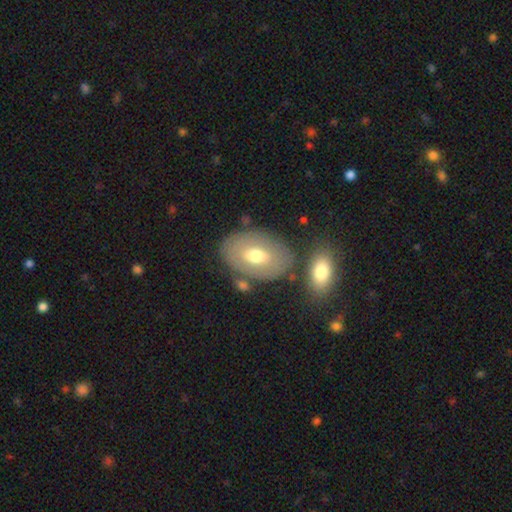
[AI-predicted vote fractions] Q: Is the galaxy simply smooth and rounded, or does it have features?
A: smooth — 54%.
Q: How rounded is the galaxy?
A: in between — 87%.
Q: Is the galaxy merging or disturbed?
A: none — 70%.